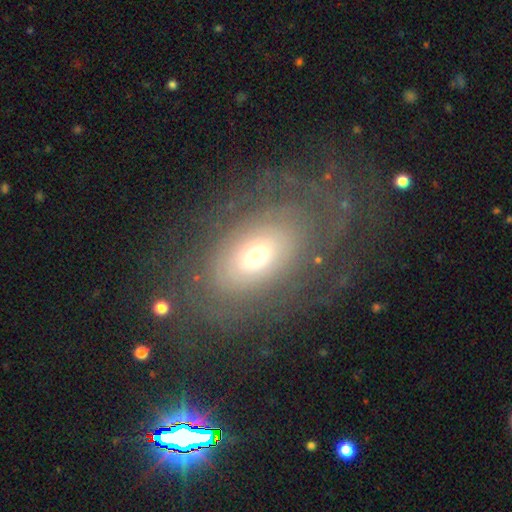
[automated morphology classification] type=featured or disk (65%); edge-on=no (93%); bar=no (81%); spiral arms=yes (66%); bulge=moderate (54%); merging=none (72%).